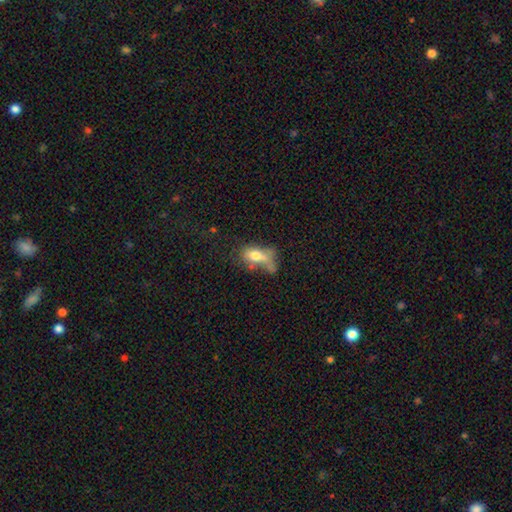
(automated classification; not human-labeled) smooth-or-featured: smooth: 67% | featured or disk: 23% | star or artifact: 10%
  how-rounded: in between: 79% | round: 14% | cigar-shaped: 7%
  merging: merger: 32% | major disturbance: 27% | none: 22% | minor disturbance: 19%